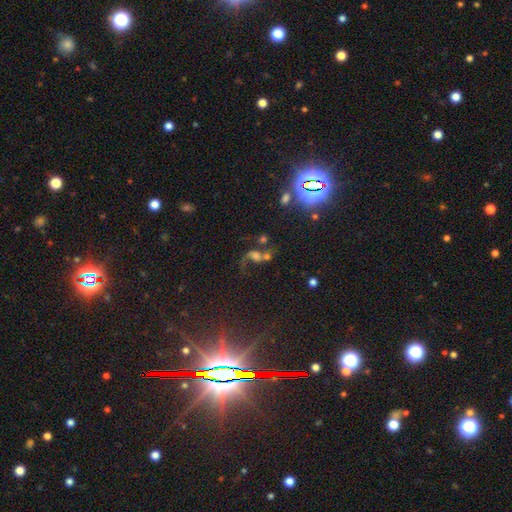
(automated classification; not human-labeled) This is possibly a featured or disk galaxy (46%). Merging: marginally merger (45%).